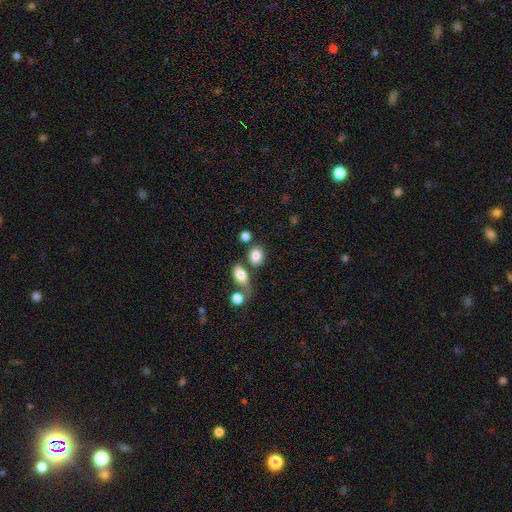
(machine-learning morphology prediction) smooth-or-featured: smooth: 83% | star or artifact: 9% | featured or disk: 8%
  how-rounded: in between: 51% | round: 48% | cigar-shaped: 2%
  merging: none: 62% | merger: 21% | minor disturbance: 12% | major disturbance: 5%